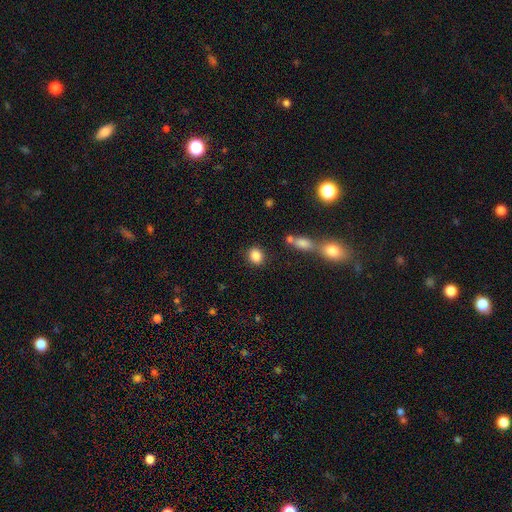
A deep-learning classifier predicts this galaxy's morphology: This appears to be a smooth galaxy with no disk features (86%) that is round (56%). Merging: none (83%).